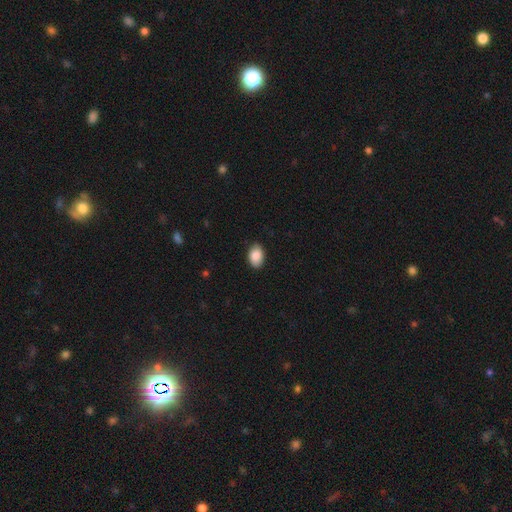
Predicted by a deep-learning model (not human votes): Smooth or featured?
  - smooth: 88% *
  - star or artifact: 6%
  - featured or disk: 5%
How rounded?
  - in between: 89% *
  - round: 10%
  - cigar-shaped: 1%
Merging?
  - none: 85% *
  - minor disturbance: 12%
  - major disturbance: 2%
  - merger: 1%